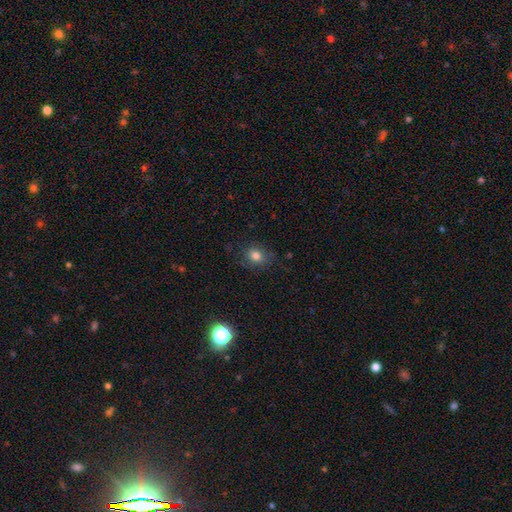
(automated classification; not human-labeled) This appears to be a smooth galaxy with no disk features (81%) that is round (60%). Merging: none (78%).